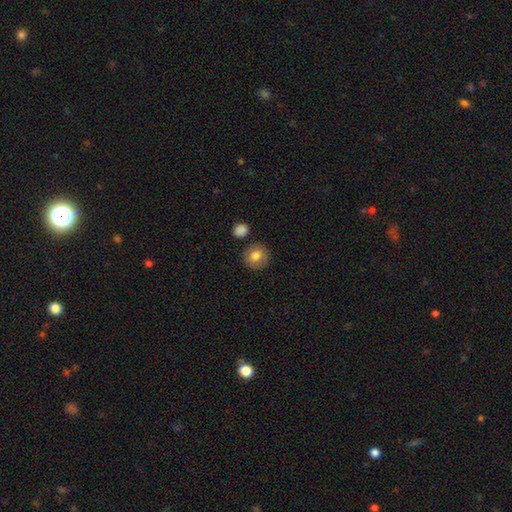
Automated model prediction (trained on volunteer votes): Smooth or featured?
  - smooth: 83% *
  - featured or disk: 9%
  - star or artifact: 8%
How rounded?
  - round: 87% *
  - in between: 12%
  - cigar-shaped: 1%
Merging?
  - none: 84% *
  - minor disturbance: 10%
  - merger: 4%
  - major disturbance: 3%